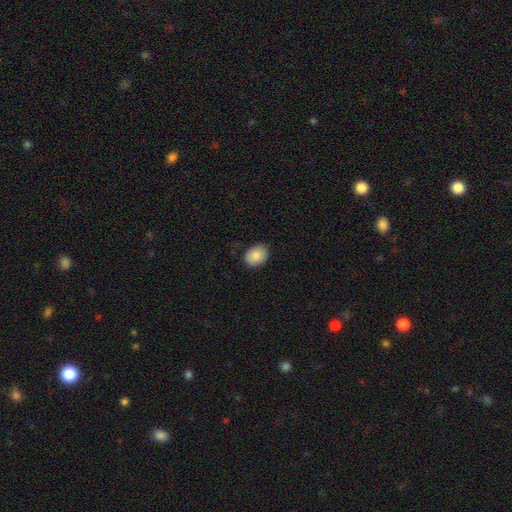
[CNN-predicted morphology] The model was most divided on "how rounded": in between: 68%, round: 31%, cigar-shaped: 1%. More confident: merging — none (87%); smooth or featured — smooth (86%).